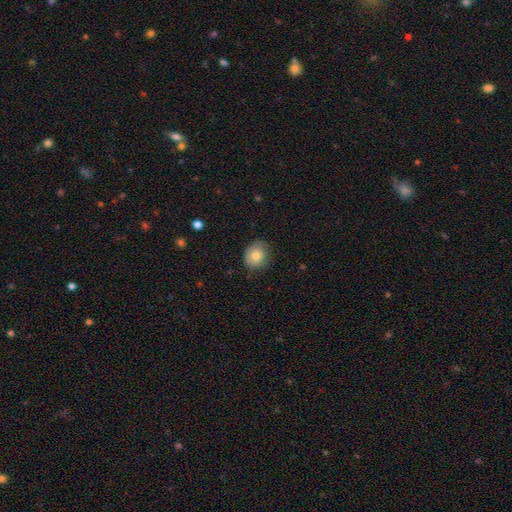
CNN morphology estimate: This appears to be a smooth galaxy with no disk features (81%) that is round (71%). Merging: none (76%).